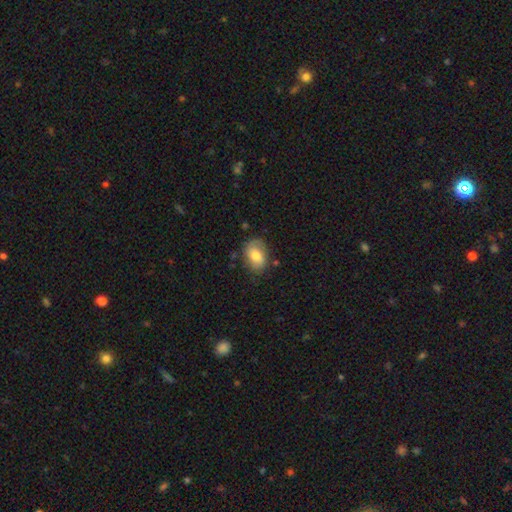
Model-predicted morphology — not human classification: smooth-or-featured: smooth: 69% | featured or disk: 24% | star or artifact: 7%
  how-rounded: in between: 79% | round: 20% | cigar-shaped: 1%
  merging: none: 69% | minor disturbance: 22% | major disturbance: 7% | merger: 2%